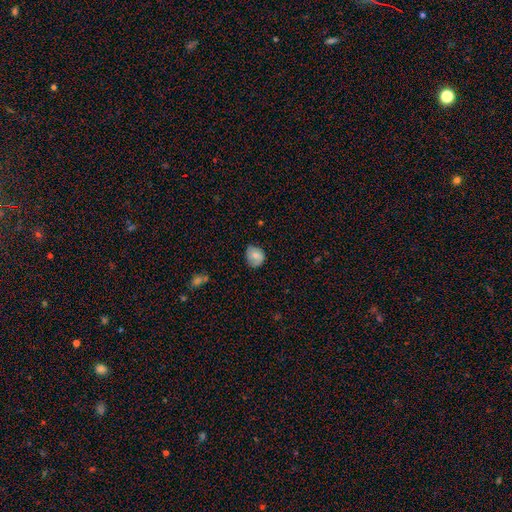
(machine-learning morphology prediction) Smooth or featured: smooth — 70% (featured or disk — 22%)
How rounded: round — 62% (in between — 37%)
Merging: none — 63% (minor disturbance — 29%)